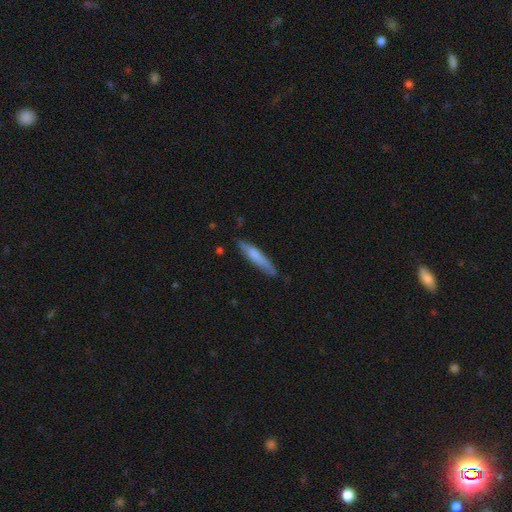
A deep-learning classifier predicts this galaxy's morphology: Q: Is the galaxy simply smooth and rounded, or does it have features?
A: smooth — 70%.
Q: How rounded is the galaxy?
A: cigar-shaped — 90%.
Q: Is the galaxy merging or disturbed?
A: none — 79%.